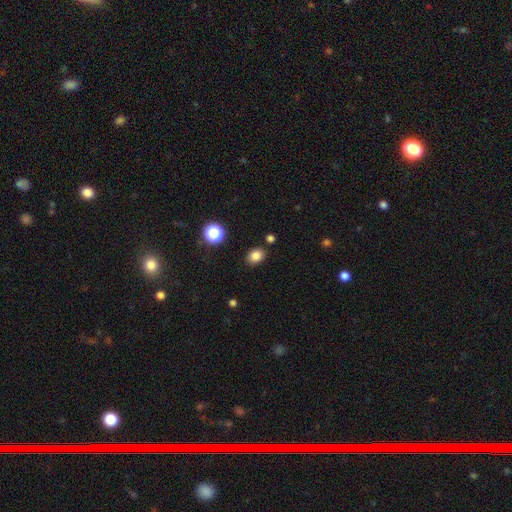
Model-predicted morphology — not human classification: The model was most divided on "how rounded": in between: 62%, round: 37%, cigar-shaped: 1%. More confident: merging — none (85%); smooth or featured — smooth (84%).